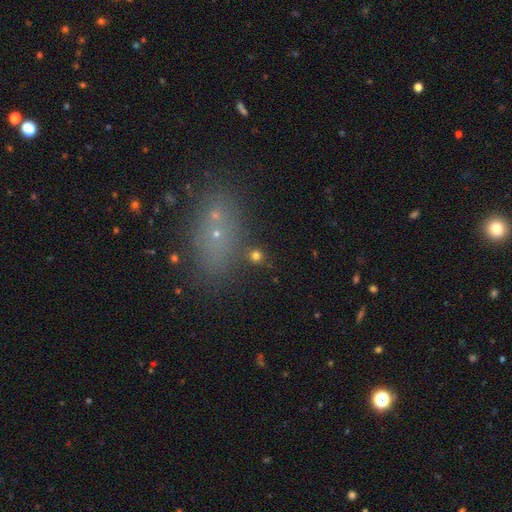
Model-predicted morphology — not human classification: Overall: smooth (66%). How rounded: round (82%). Merging: none (75%).